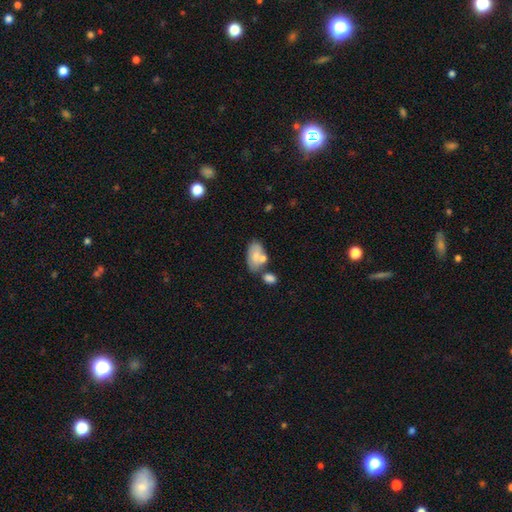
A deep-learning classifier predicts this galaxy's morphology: Smooth or featured: smooth — 73% (featured or disk — 20%)
How rounded: in between — 92% (round — 6%)
Merging: none — 48% (merger — 28%)